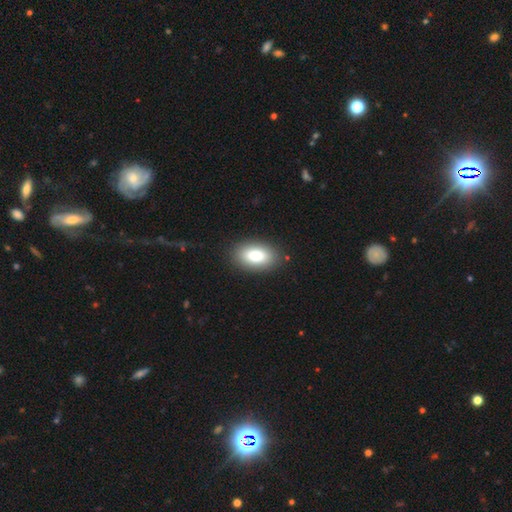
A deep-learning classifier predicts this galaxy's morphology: This is clearly a smooth galaxy (84%). How rounded: clearly in between (93%). Merging: clearly none (88%).